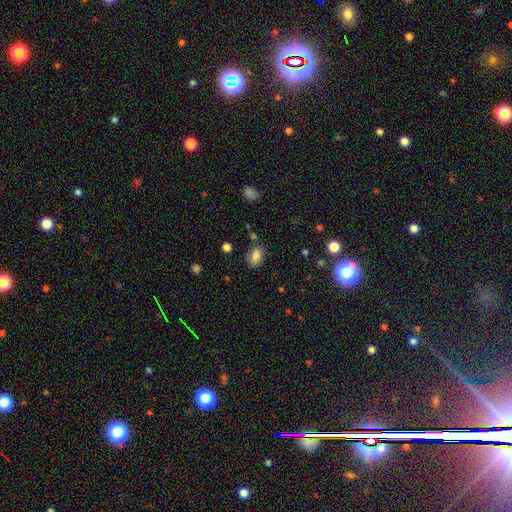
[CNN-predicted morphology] This is clearly a smooth galaxy (84%). How rounded: likely in between (78%). Merging: likely none (73%).